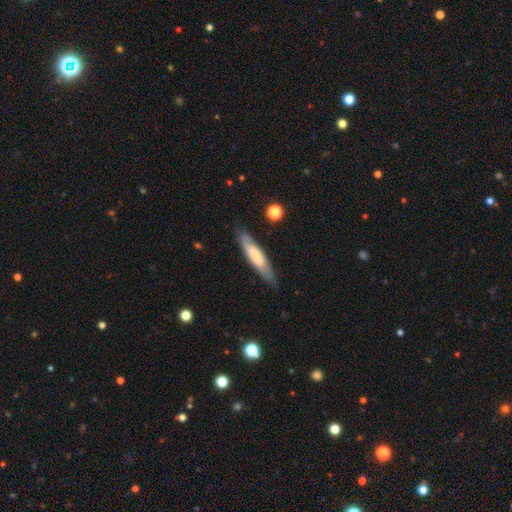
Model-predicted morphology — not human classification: Smooth or featured?
  - smooth: 61% *
  - featured or disk: 34%
  - star or artifact: 6%
How rounded?
  - cigar-shaped: 76% *
  - in between: 23%
  - round: 1%
Merging?
  - none: 80% *
  - minor disturbance: 15%
  - major disturbance: 3%
  - merger: 2%